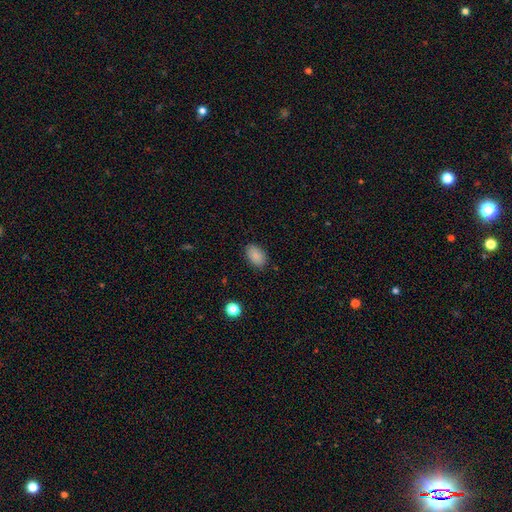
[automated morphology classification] This appears to be a smooth galaxy with no disk features (87%) that is in between round and cigar-shaped (88%). Merging: none (86%).